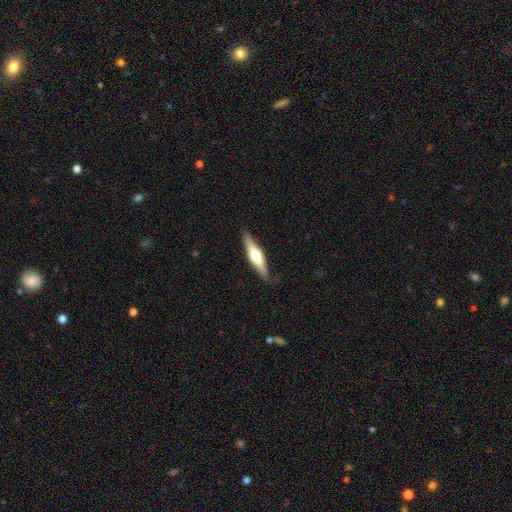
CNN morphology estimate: A featured or disk galaxy (60%) viewed edge-on (95%) with a rounded central bulge (91%). Merging: none (85%).